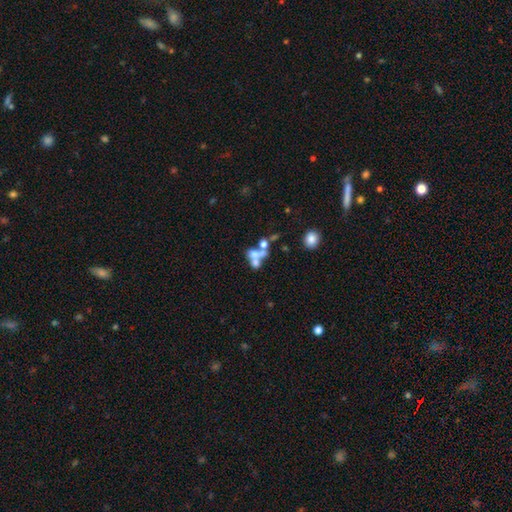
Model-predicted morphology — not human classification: smooth-or-featured: smooth: 52% | featured or disk: 33% | star or artifact: 15%
  how-rounded: in between: 54% | round: 40% | cigar-shaped: 6%
  merging: merger: 59% | none: 24% | major disturbance: 9% | minor disturbance: 8%